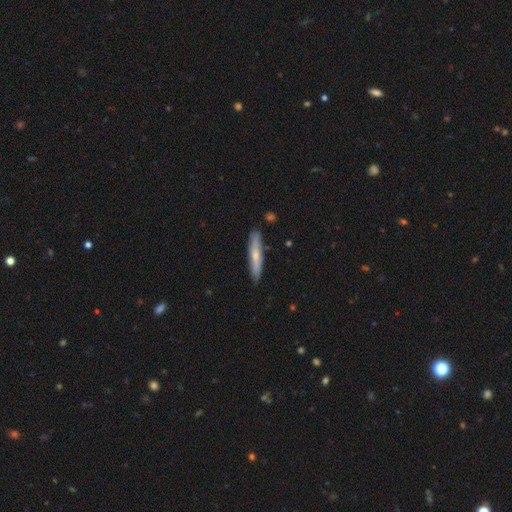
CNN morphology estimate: smooth_or_featured: smooth (p=0.60) [alt: featured or disk p=0.34]
how_rounded: cigar-shaped (p=0.90) [alt: in between p=0.08]
merging: none (p=0.85) [alt: minor disturbance p=0.11]